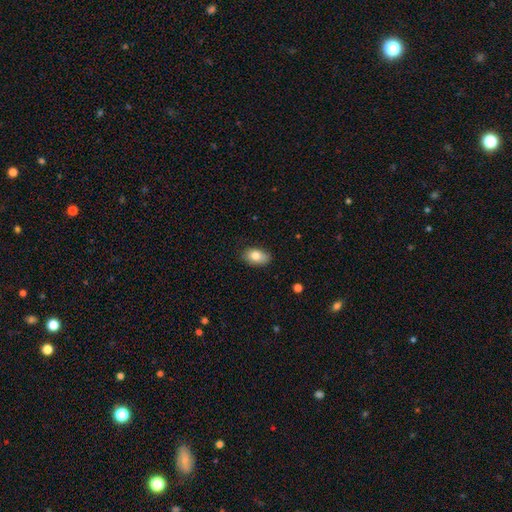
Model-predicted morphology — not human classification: smooth_or_featured: smooth (p=0.81) [alt: featured or disk p=0.11]
how_rounded: in between (p=0.91) [alt: round p=0.07]
merging: none (p=0.82) [alt: minor disturbance p=0.14]